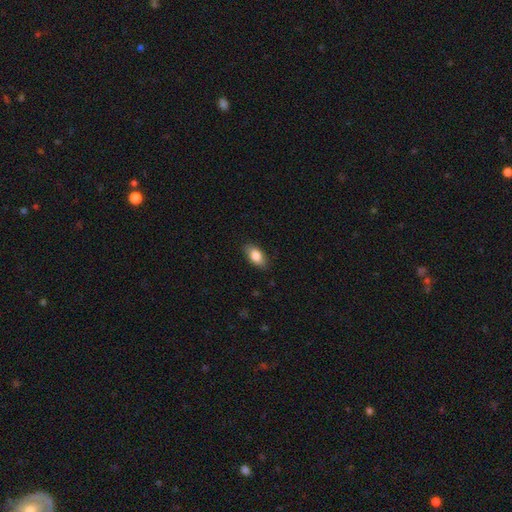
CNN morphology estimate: smooth_or_featured: smooth (p=0.84) [alt: featured or disk p=0.09]
how_rounded: in between (p=0.90) [alt: round p=0.05]
merging: none (p=0.85) [alt: minor disturbance p=0.12]